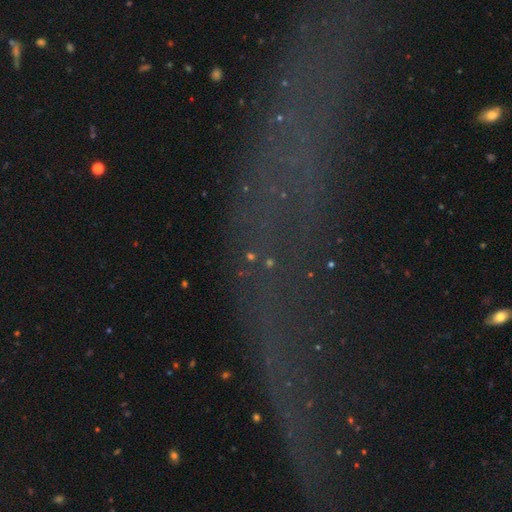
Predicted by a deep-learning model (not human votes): smooth-or-featured: star or artifact: 62% | featured or disk: 22% | smooth: 17%